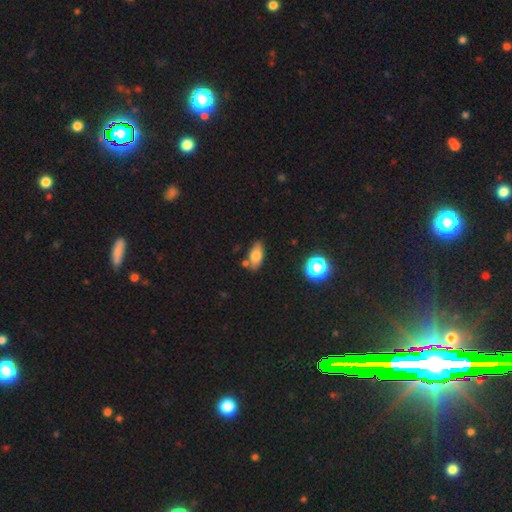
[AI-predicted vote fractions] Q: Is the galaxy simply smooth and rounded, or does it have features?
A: smooth — 74%.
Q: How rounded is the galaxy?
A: in between — 88%.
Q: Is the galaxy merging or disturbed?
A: none — 72%.